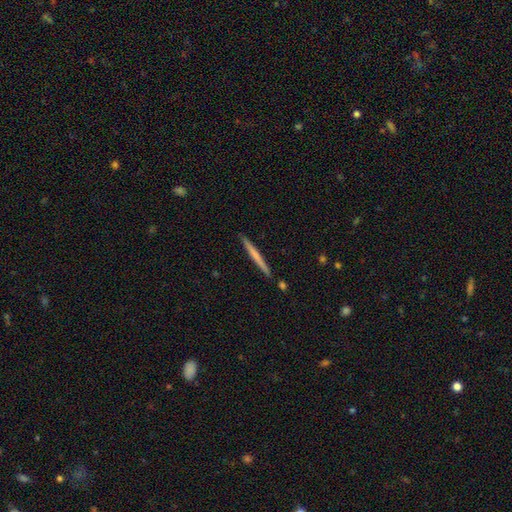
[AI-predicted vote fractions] A smooth galaxy with no disk features (54%) that is cigar-shaped (97%). Merging: none (91%).